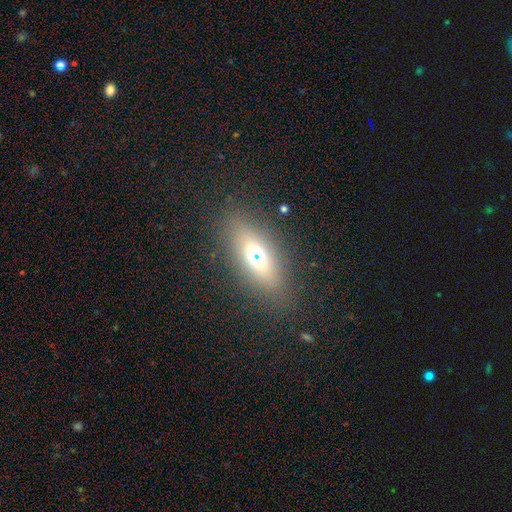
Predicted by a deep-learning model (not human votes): A smooth galaxy with no disk features (54%) that is in between round and cigar-shaped (67%). Merging: none (83%).